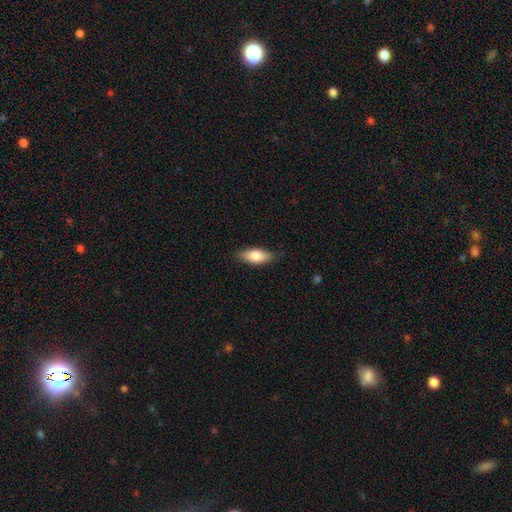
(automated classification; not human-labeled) This is likely a smooth galaxy (78%). How rounded: likely in between (77%). Merging: clearly none (81%).